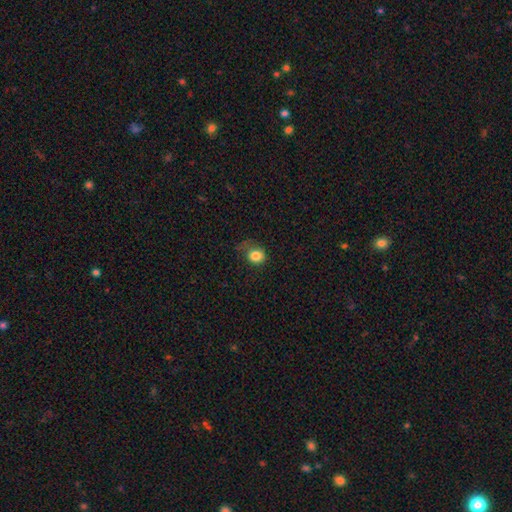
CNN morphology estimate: A smooth galaxy with no disk features (83%) that is round (65%). Merging: none (52%).